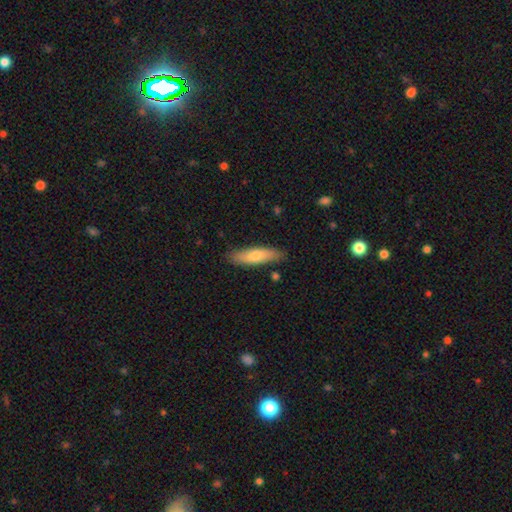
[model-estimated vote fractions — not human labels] Smooth or featured: smooth — 70% (featured or disk — 24%)
How rounded: cigar-shaped — 64% (in between — 34%)
Merging: none — 83% (minor disturbance — 12%)